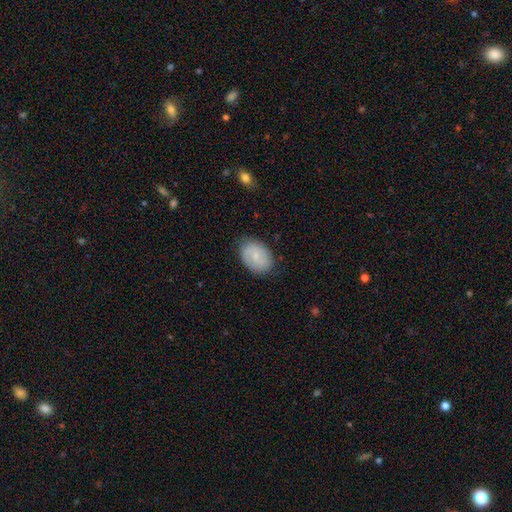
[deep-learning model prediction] The model was most divided on "smooth or featured" (2-way tie): featured or disk: 47%, smooth: 47%, star or artifact: 7%. More confident: merging — none (80%).